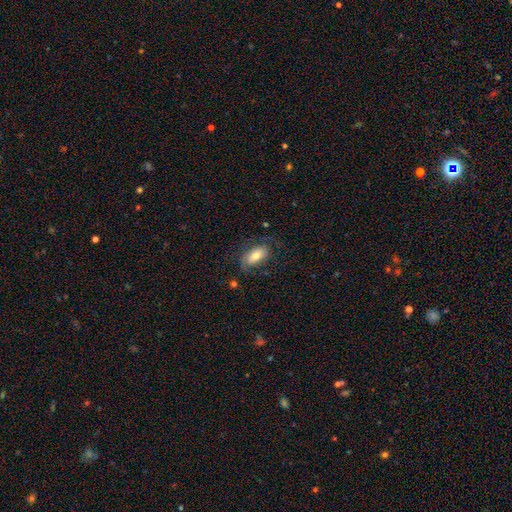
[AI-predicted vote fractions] Smooth or featured? smooth (61%)
How rounded? in between (90%)
Merging? none (62%)